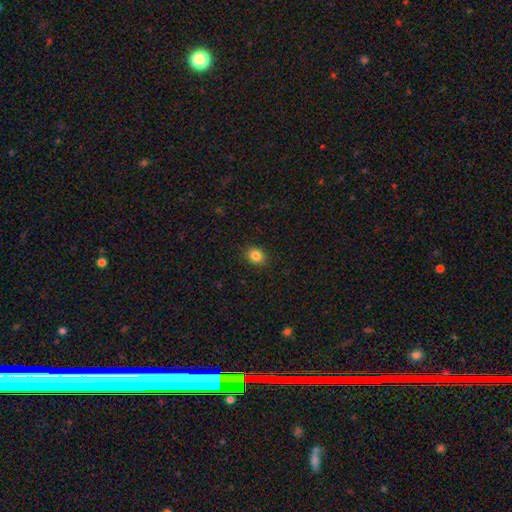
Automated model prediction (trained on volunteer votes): Smooth or featured?
  - smooth: 85% *
  - star or artifact: 10%
  - featured or disk: 5%
How rounded?
  - round: 65% *
  - in between: 34%
  - cigar-shaped: 1%
Merging?
  - none: 90% *
  - minor disturbance: 7%
  - major disturbance: 2%
  - merger: 1%